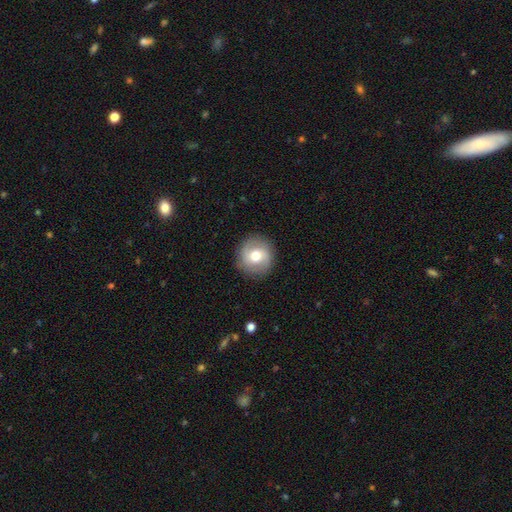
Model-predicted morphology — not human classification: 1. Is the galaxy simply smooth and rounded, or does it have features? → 61% smooth, 31% featured or disk, 8% star or artifact.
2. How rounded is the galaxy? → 92% round, 7% in between, 1% cigar-shaped.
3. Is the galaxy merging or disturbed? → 89% none, 8% minor disturbance, 3% major disturbance, 1% merger.